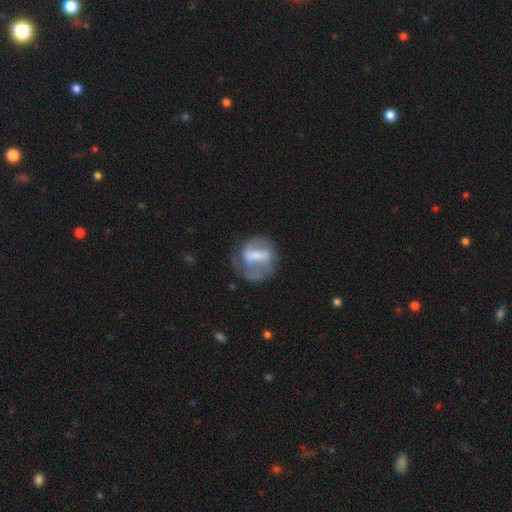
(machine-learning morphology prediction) The model was most divided on "bulge size" (2-way tie): moderate: 32%, small: 32%, none: 24%, large: 10%, dominant: 2%. Remaining: edge-on disk — no (96%); spiral arms — yes (73%); smooth or featured — featured or disk (65%); merging — none (54%); bar — strong (44%).